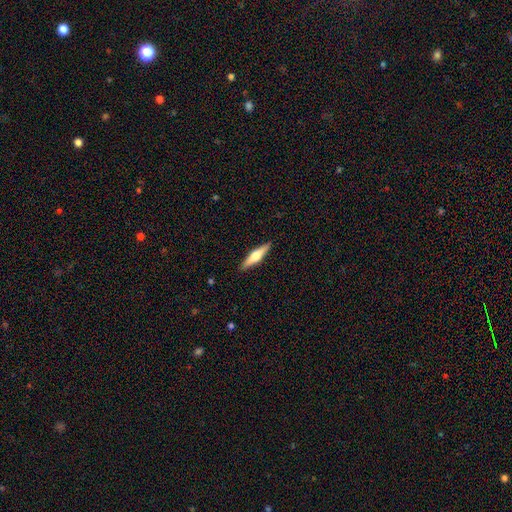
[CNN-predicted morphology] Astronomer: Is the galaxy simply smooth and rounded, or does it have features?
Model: featured or disk — 52% (runner-up: smooth, 43%).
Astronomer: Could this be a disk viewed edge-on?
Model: yes — 96%.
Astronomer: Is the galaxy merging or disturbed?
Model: none — 91%.